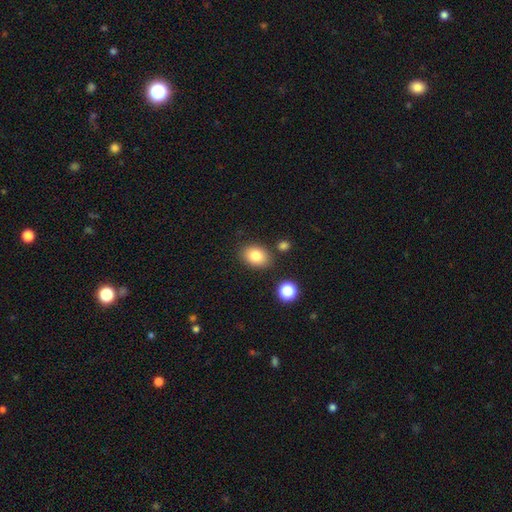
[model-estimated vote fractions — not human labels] smooth_or_featured: smooth (p=0.82) [alt: star or artifact p=0.09]
how_rounded: in between (p=0.72) [alt: round p=0.27]
merging: none (p=0.81) [alt: minor disturbance p=0.11]